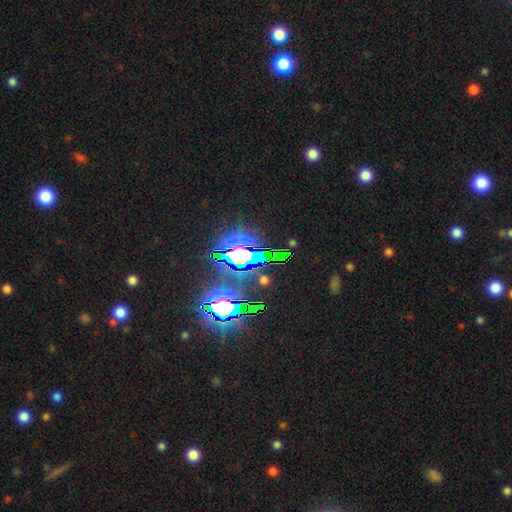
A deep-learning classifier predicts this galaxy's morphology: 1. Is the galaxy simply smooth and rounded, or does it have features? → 81% star or artifact, 10% smooth, 9% featured or disk.